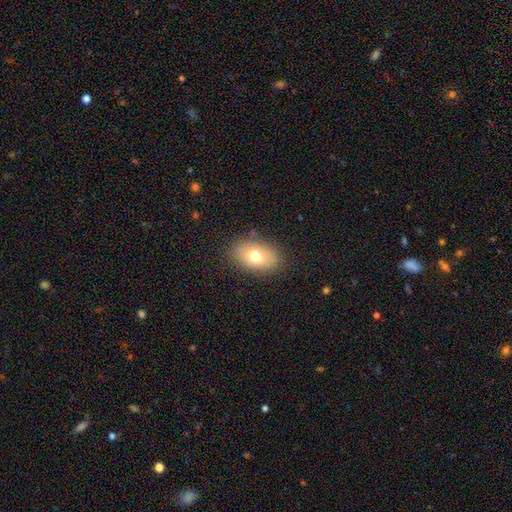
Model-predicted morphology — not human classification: smooth_or_featured: smooth (p=0.71) [alt: featured or disk p=0.19]
how_rounded: in between (p=0.86) [alt: round p=0.13]
merging: none (p=0.83) [alt: minor disturbance p=0.12]